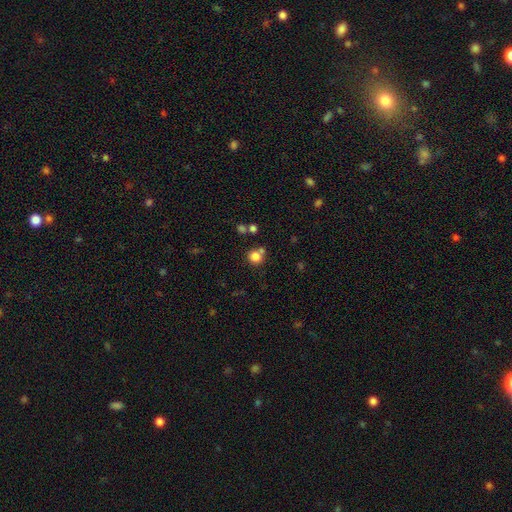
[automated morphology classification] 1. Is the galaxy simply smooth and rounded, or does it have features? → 81% smooth, 13% star or artifact, 6% featured or disk.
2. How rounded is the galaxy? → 90% round, 9% in between, 1% cigar-shaped.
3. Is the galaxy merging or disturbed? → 68% none, 19% merger, 9% minor disturbance, 4% major disturbance.